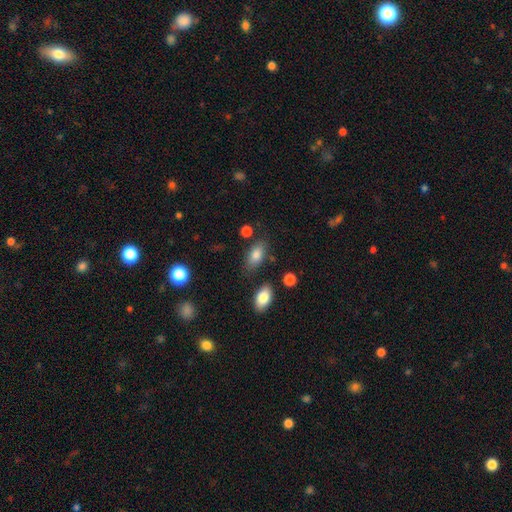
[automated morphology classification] The model was most divided on "merging": none: 74%, minor disturbance: 16%, merger: 5%, major disturbance: 4%. More confident: how rounded — in between (90%); smooth or featured — smooth (82%).